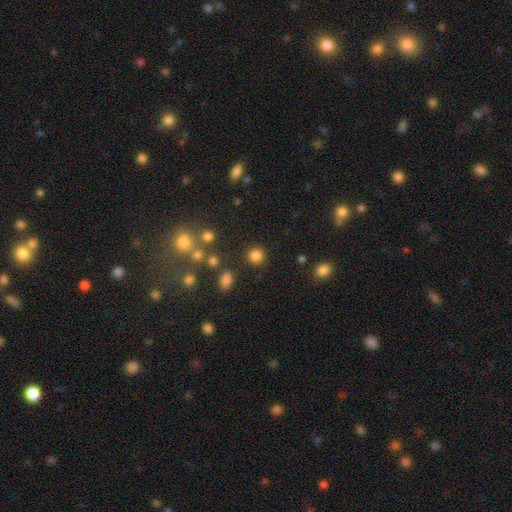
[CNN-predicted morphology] A smooth galaxy with no disk features (81%) that is round (90%).

Vote fractions:
- Smooth or featured? smooth: 81% / star or artifact: 14% / featured or disk: 5%
- How rounded? round: 90% / in between: 9% / cigar-shaped: 1%
- Merging? none: 86% / minor disturbance: 7% / merger: 3% / major disturbance: 3%